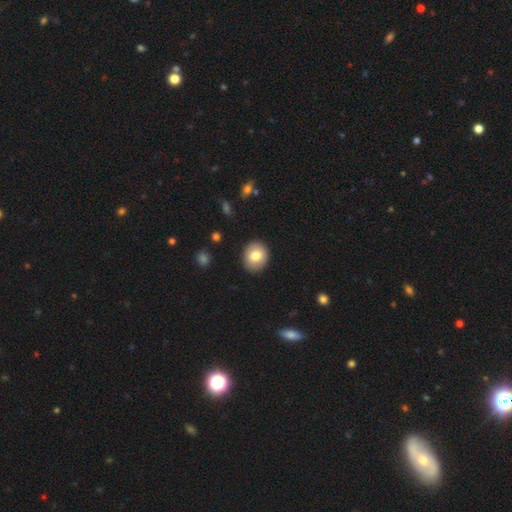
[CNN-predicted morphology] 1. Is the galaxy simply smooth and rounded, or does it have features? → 81% smooth, 11% featured or disk, 8% star or artifact.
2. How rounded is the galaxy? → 71% round, 28% in between, 1% cigar-shaped.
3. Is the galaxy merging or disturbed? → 89% none, 8% minor disturbance, 2% major disturbance, 1% merger.